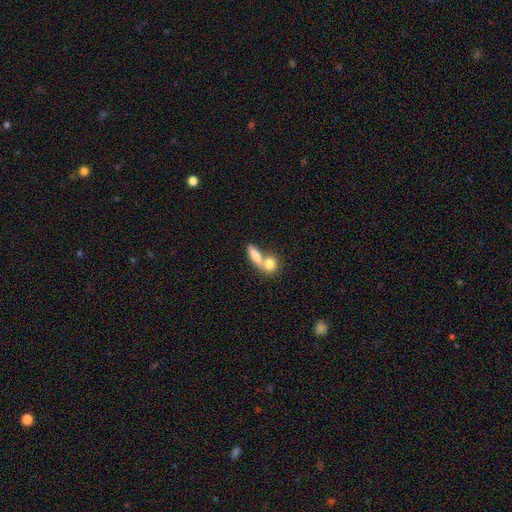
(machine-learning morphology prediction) Overall: smooth (78%). How rounded: in between (61%; cigar-shaped 22%). Merging: merger (59%; none 30%).